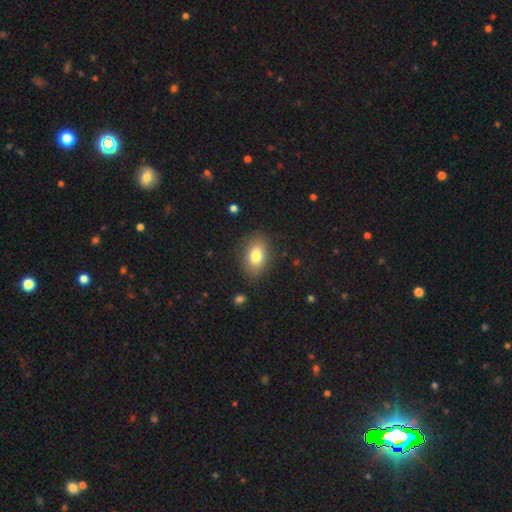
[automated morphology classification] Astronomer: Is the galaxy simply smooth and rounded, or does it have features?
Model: smooth — 81%.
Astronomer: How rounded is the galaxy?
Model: in between — 85%.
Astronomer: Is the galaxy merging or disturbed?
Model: none — 84%.